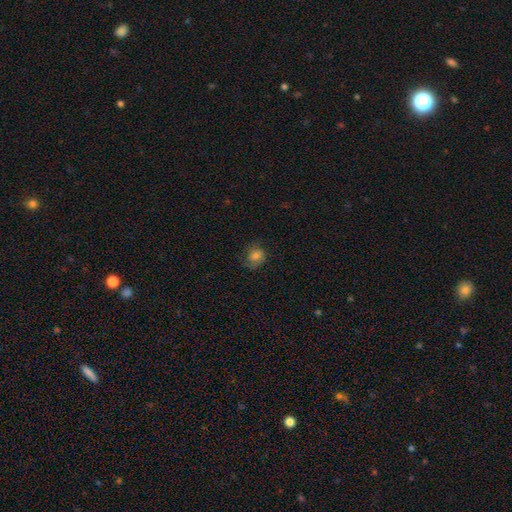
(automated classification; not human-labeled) Smooth or featured: smooth — 60% (featured or disk — 28%)
How rounded: round — 64% (in between — 35%)
Merging: none — 62% (minor disturbance — 23%)